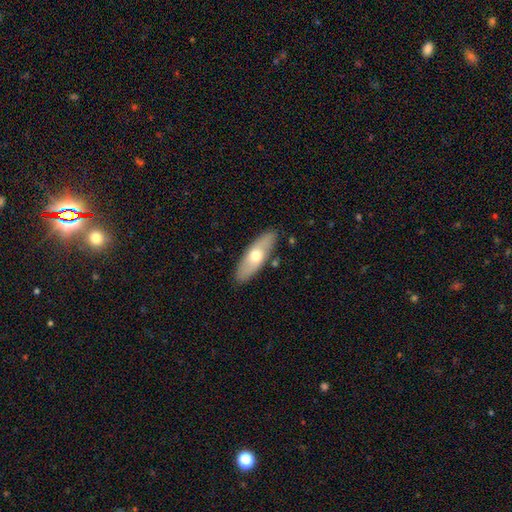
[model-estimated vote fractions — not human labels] Overall: smooth (59%; featured or disk 36%). How rounded: in between (63%; cigar-shaped 34%). Merging: none (86%).